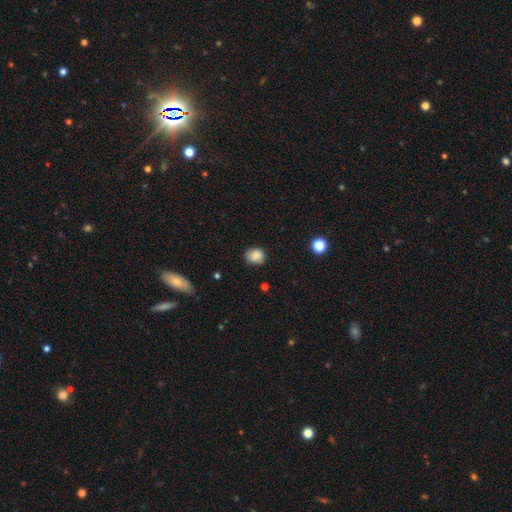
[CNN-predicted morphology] Smooth or featured?
  - smooth: 86% *
  - star or artifact: 10%
  - featured or disk: 4%
How rounded?
  - round: 68% *
  - in between: 31%
  - cigar-shaped: 1%
Merging?
  - none: 80% *
  - minor disturbance: 15%
  - major disturbance: 3%
  - merger: 1%